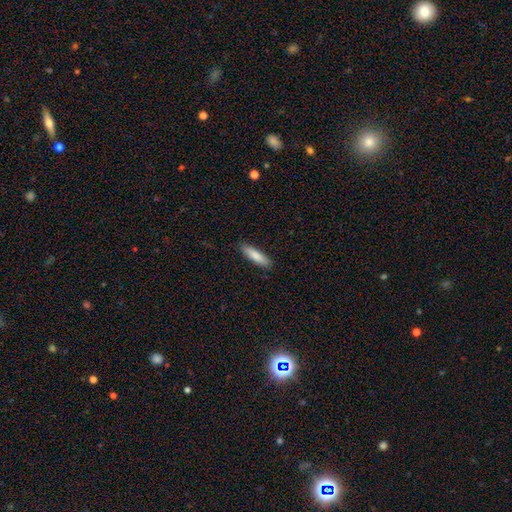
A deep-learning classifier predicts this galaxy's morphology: smooth-or-featured: smooth: 84% | featured or disk: 11% | star or artifact: 5%
  how-rounded: cigar-shaped: 69% | in between: 30% | round: 1%
  merging: none: 89% | minor disturbance: 9% | major disturbance: 2% | merger: 1%